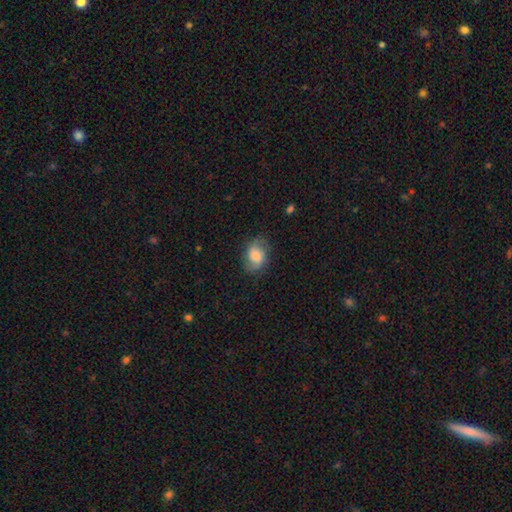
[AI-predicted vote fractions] The model was most divided on "how rounded": in between: 70%, round: 29%, cigar-shaped: 1%. More confident: smooth or featured — smooth (70%); merging — none (70%).